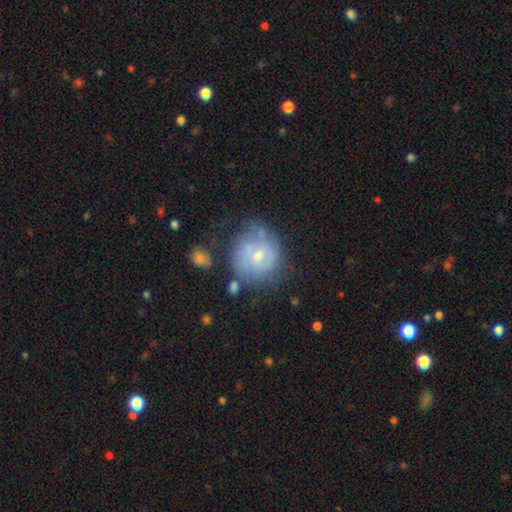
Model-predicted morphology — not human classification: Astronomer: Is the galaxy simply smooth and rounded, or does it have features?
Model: featured or disk — 53% (runner-up: smooth, 38%).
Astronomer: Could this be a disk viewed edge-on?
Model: no — 97%.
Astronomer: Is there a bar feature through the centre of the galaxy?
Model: no — 74%.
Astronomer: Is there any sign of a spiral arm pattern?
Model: yes — 64%.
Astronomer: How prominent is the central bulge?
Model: small — 55% (runner-up: moderate, 40%).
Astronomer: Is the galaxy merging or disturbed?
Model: none — 54%.